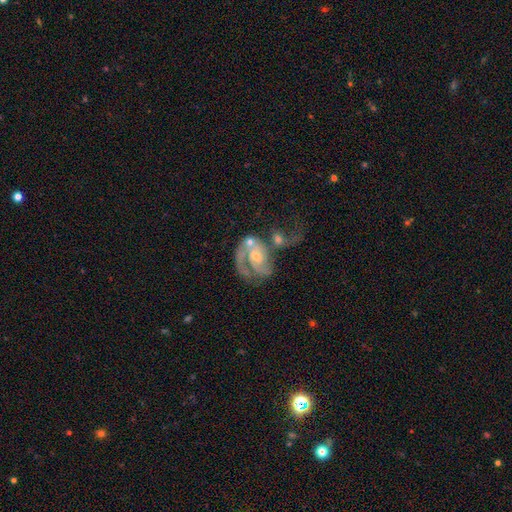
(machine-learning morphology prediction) Smooth or featured?
  - featured or disk: 83% *
  - smooth: 10%
  - star or artifact: 6%
Edge-on disk?
  - no: 98% *
  - yes: 2%
Bar?
  - no: 63% *
  - weak: 30%
  - strong: 7%
Spiral arms?
  - yes: 91% *
  - no: 9%
Spiral winding?
  - medium: 43% *
  - tight: 35%
  - loose: 22%
Spiral arm count?
  - 2: 47% *
  - 1: 30%
  - can't tell: 12%
  - 3: 6%
  - 4: 2%
  - more than 4: 2%
Bulge size?
  - small: 56% *
  - moderate: 34%
  - none: 6%
  - large: 2%
  - dominant: 1%
Merging?
  - merger: 40% *
  - major disturbance: 24%
  - none: 24%
  - minor disturbance: 12%